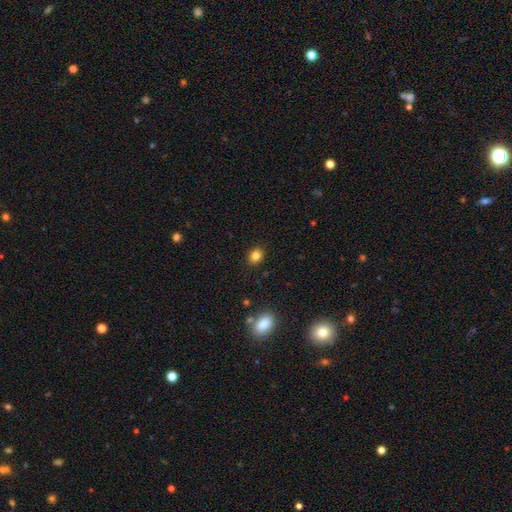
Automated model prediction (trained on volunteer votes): smooth 83%, star or artifact 11%, featured or disk 6%. Down the decision tree: how rounded — round (53%); merging — none (88%).